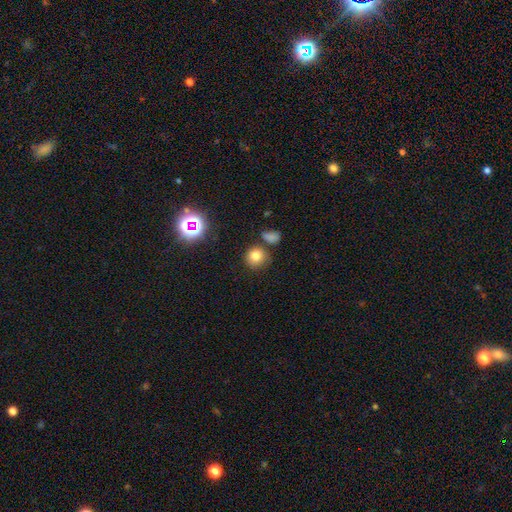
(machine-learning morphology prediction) This is likely a smooth galaxy (77%). How rounded: clearly round (87%). Merging: likely none (73%).